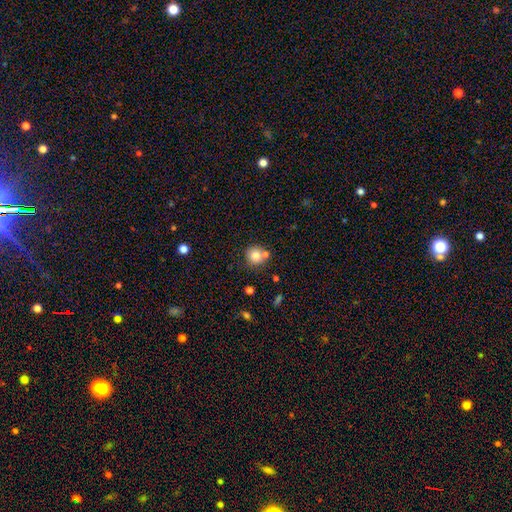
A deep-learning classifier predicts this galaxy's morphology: A smooth galaxy with no disk features (79%) that is round (91%). Merging: none (63%).